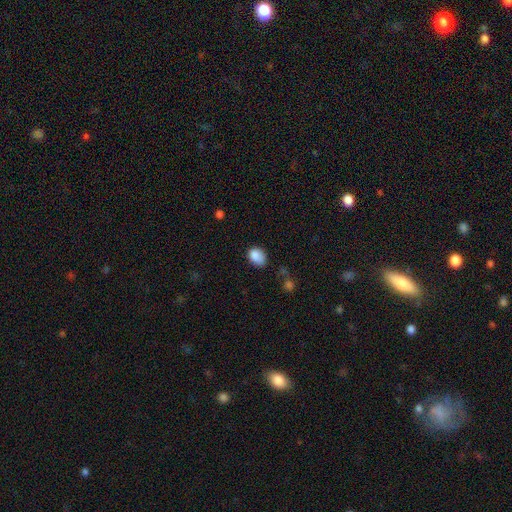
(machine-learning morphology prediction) A smooth galaxy with no disk features (85%) that is in between round and cigar-shaped (70%). Merging: none (55%).